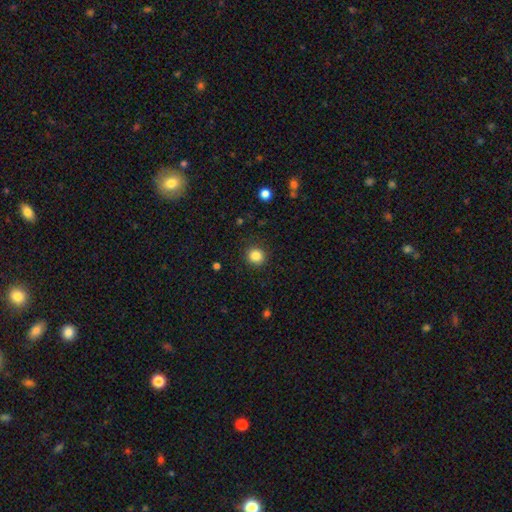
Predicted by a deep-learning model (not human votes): Smooth or featured?
  - smooth: 85% *
  - star or artifact: 11%
  - featured or disk: 4%
How rounded?
  - round: 91% *
  - in between: 8%
  - cigar-shaped: 1%
Merging?
  - none: 90% *
  - minor disturbance: 6%
  - major disturbance: 2%
  - merger: 1%